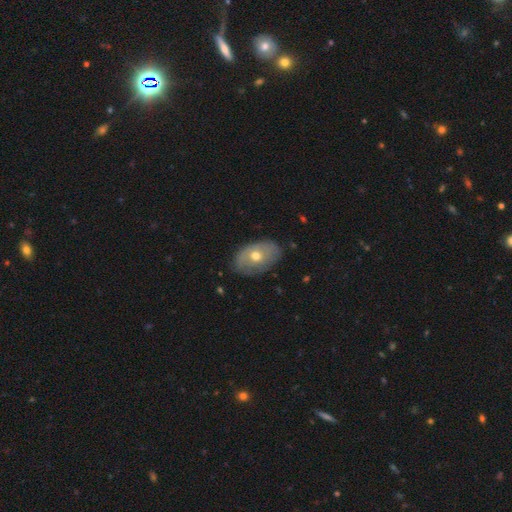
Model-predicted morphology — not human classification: smooth_or_featured: smooth (p=0.48) [alt: featured or disk p=0.45]
merging: none (p=0.78) [alt: minor disturbance p=0.17]